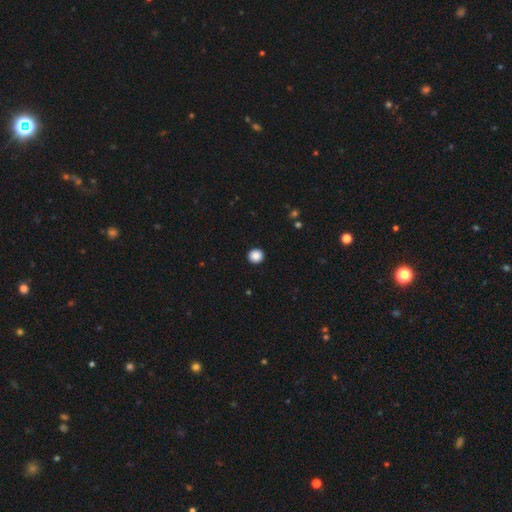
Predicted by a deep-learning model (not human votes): Overall: smooth (88%). How rounded: round (95%). Merging: none (94%).